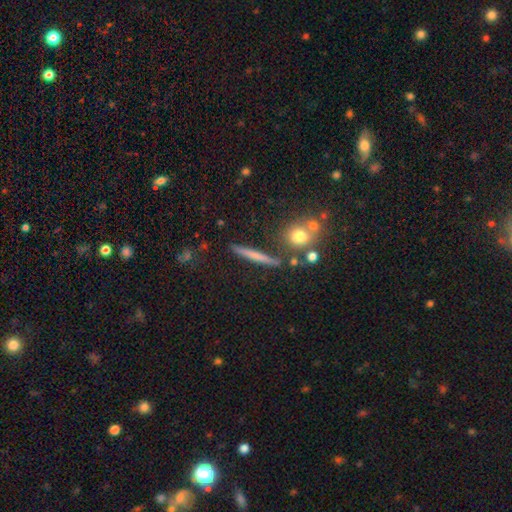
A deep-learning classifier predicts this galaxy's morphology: smooth_or_featured: smooth (p=0.50) [alt: featured or disk p=0.41]
how_rounded: cigar-shaped (p=0.90) [alt: round p=0.05]
merging: none (p=0.85) [alt: minor disturbance p=0.08]